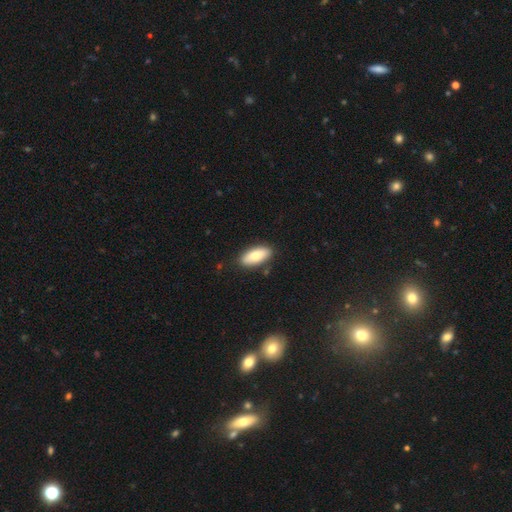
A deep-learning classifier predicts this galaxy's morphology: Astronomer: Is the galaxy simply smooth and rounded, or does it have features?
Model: smooth — 80%.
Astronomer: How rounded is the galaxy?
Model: in between — 86%.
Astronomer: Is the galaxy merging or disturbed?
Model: none — 87%.